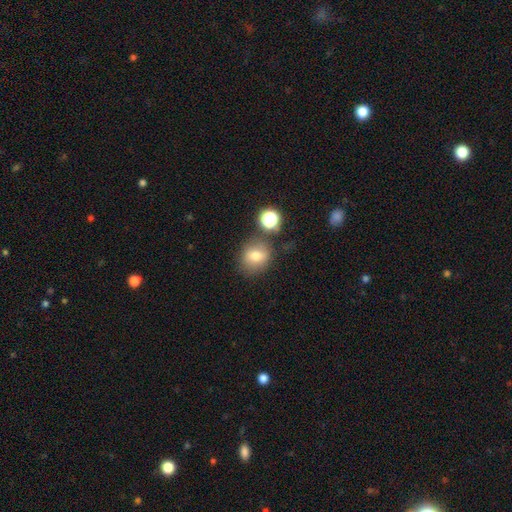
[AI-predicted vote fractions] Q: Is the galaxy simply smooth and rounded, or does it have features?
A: smooth — 73%.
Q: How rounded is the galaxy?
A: round — 74%.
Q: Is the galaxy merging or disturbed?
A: none — 72%.